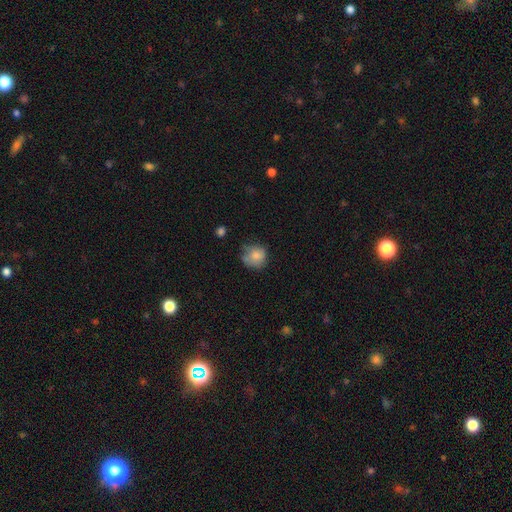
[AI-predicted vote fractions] This appears to be a smooth galaxy with no disk features (77%) that is round (77%). Merging: none (53%).